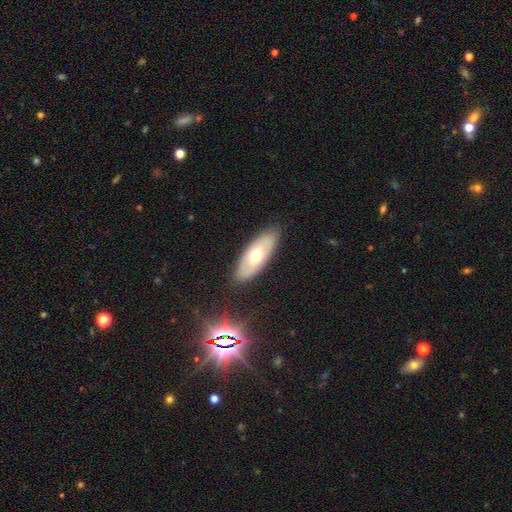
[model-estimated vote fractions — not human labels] The model was most divided on "smooth or featured": smooth: 53%, featured or disk: 41%, star or artifact: 6%. More confident: merging — none (86%); how rounded — in between (79%).